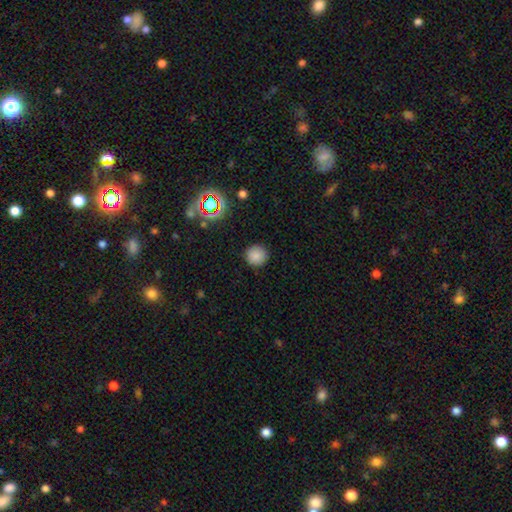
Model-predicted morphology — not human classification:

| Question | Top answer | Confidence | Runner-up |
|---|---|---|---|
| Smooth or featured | smooth | 83% | star or artifact (12%) |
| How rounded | round | 95% | in between (4%) |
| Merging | none | 91% | minor disturbance (6%) |